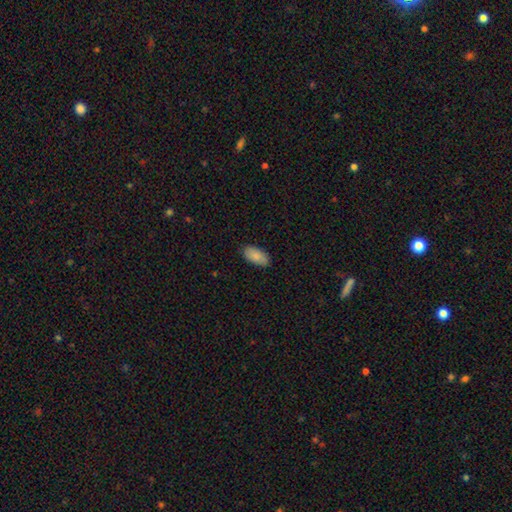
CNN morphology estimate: A smooth galaxy with no disk features (86%) that is in between round and cigar-shaped (95%). Merging: none (84%).